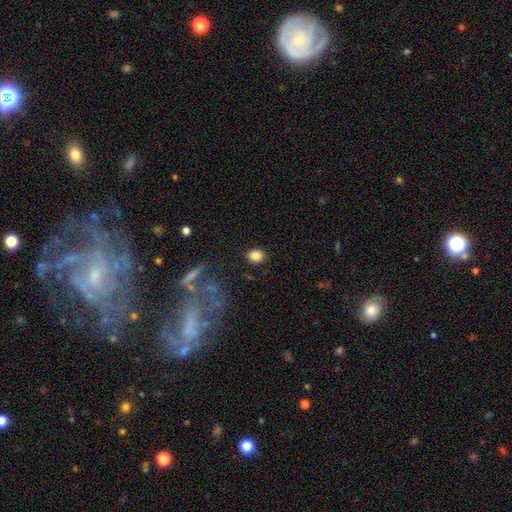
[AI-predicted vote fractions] smooth_or_featured: smooth (p=0.84) [alt: star or artifact p=0.10]
how_rounded: in between (p=0.57) [alt: round p=0.42]
merging: none (p=0.86) [alt: minor disturbance p=0.09]